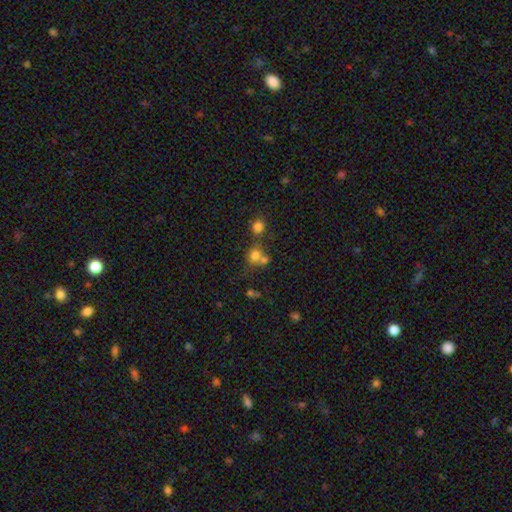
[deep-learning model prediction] The model was most divided on "merging": none: 45%, merger: 41%, minor disturbance: 9%, major disturbance: 5%. More confident: how rounded — round (81%); smooth or featured — smooth (73%).